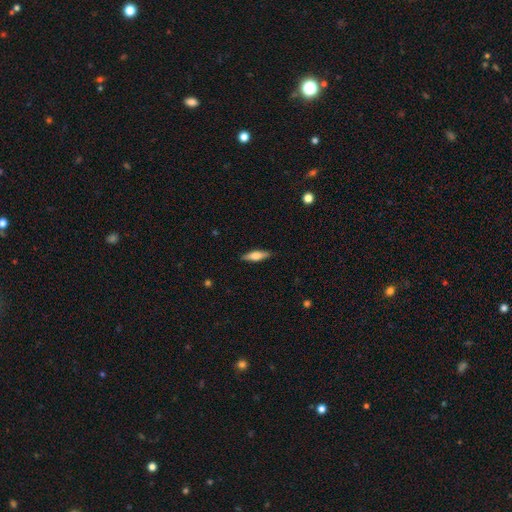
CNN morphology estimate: The model was most divided on "how rounded": cigar-shaped: 58%, in between: 40%, round: 2%. More confident: merging — none (88%); smooth or featured — smooth (57%).